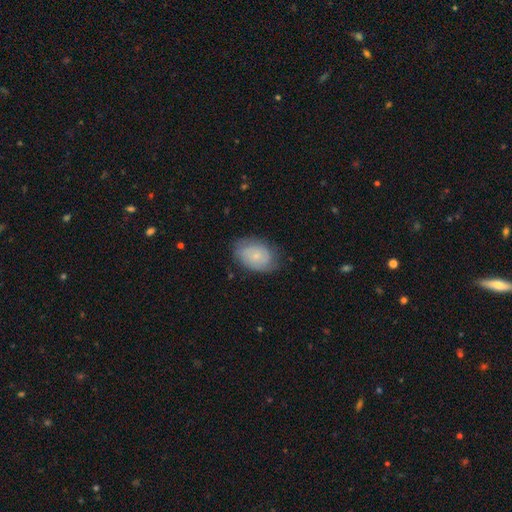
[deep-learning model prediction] A featured or disk galaxy (46%, tied with smooth).

Vote fractions:
- Smooth or featured? featured or disk: 46% (tied) / smooth: 46% (tied) / star or artifact: 7%
- Merging? none: 72% / minor disturbance: 21% / major disturbance: 6% / merger: 1%